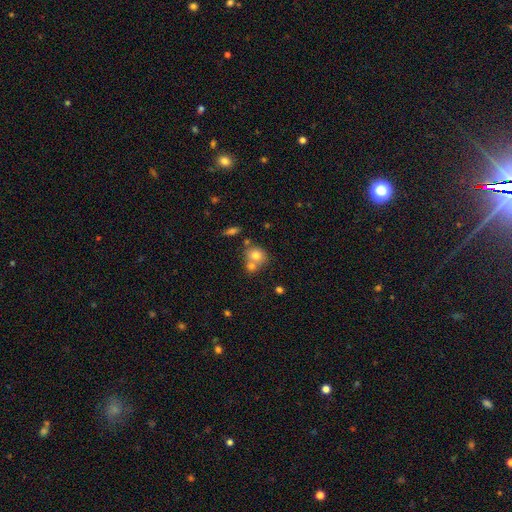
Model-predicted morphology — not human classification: smooth 74%, featured or disk 16%, star or artifact 10%. Down the decision tree: how rounded — round (73%); merging — merger (48%).